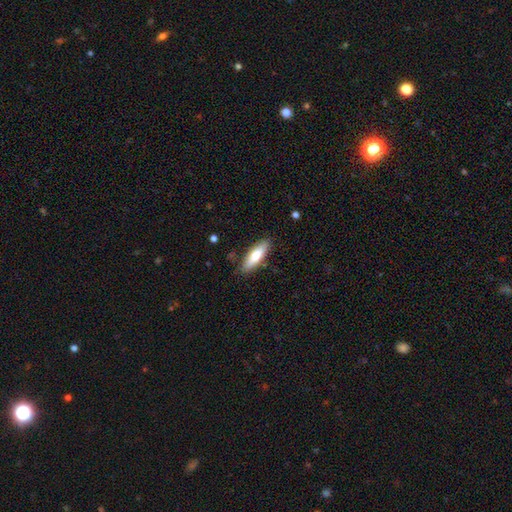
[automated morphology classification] smooth-or-featured: smooth: 70% | featured or disk: 25% | star or artifact: 6%
  how-rounded: in between: 53% | cigar-shaped: 45% | round: 2%
  merging: none: 86% | minor disturbance: 11% | major disturbance: 2% | merger: 2%